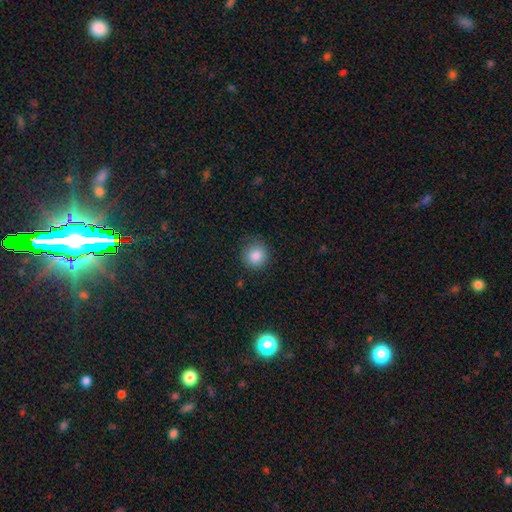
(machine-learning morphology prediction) smooth-or-featured: smooth: 86% | star or artifact: 9% | featured or disk: 5%
  how-rounded: round: 91% | in between: 8% | cigar-shaped: 1%
  merging: none: 84% | minor disturbance: 12% | major disturbance: 3% | merger: 1%